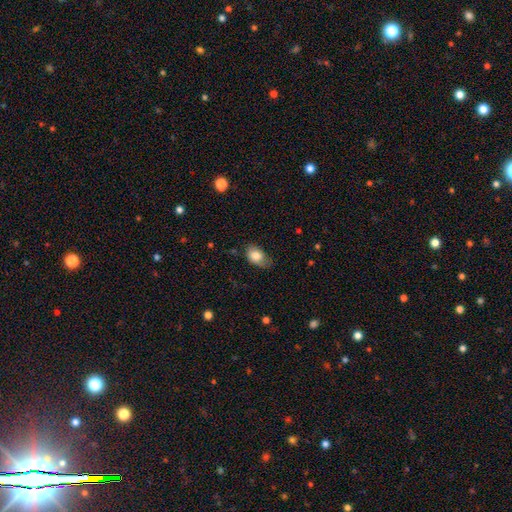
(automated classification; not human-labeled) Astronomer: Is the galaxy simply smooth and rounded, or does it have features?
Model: smooth — 81%.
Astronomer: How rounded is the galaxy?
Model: in between — 82%.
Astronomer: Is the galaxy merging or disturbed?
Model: none — 51% (runner-up: minor disturbance, 36%).